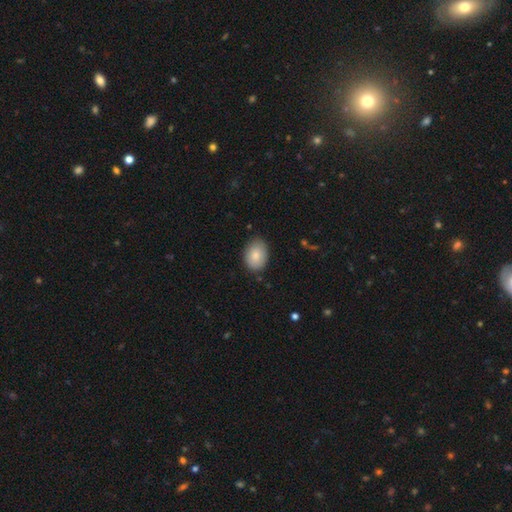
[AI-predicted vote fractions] Smooth or featured? Predicted: smooth (p=0.84). How rounded? Predicted: in between (p=0.74). Merging? Predicted: none (p=0.81).